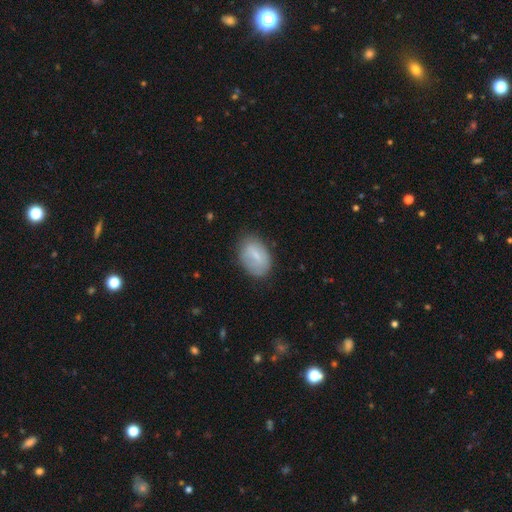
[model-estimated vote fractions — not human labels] A smooth galaxy with no disk features (71%) that is in between round and cigar-shaped (89%).

Vote fractions:
- Smooth or featured? smooth: 71% / featured or disk: 22% / star or artifact: 7%
- How rounded? in between: 89% / round: 10% / cigar-shaped: 2%
- Merging? none: 72% / minor disturbance: 21% / major disturbance: 5% / merger: 1%